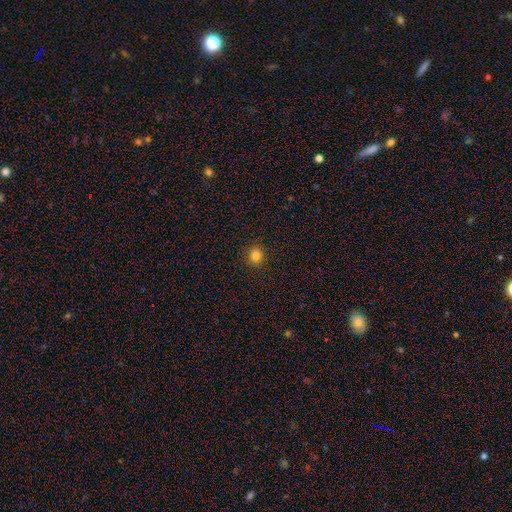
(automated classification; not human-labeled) smooth_or_featured: smooth (p=0.82) [alt: star or artifact p=0.13]
how_rounded: round (p=0.87) [alt: in between p=0.12]
merging: none (p=0.92) [alt: minor disturbance p=0.05]